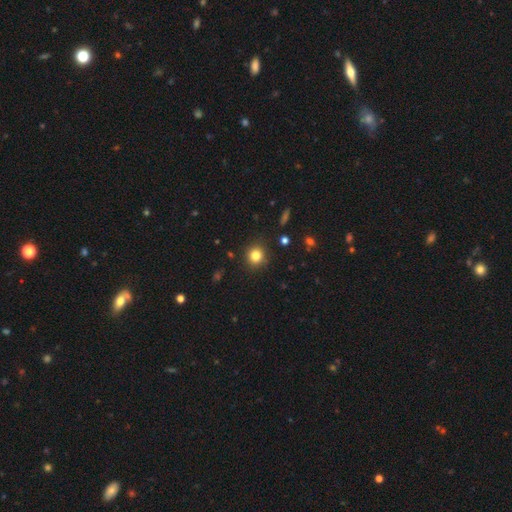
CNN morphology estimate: Smooth or featured?
  - smooth: 82% *
  - star or artifact: 12%
  - featured or disk: 6%
How rounded?
  - round: 89% *
  - in between: 10%
  - cigar-shaped: 1%
Merging?
  - none: 89% *
  - minor disturbance: 7%
  - major disturbance: 2%
  - merger: 1%